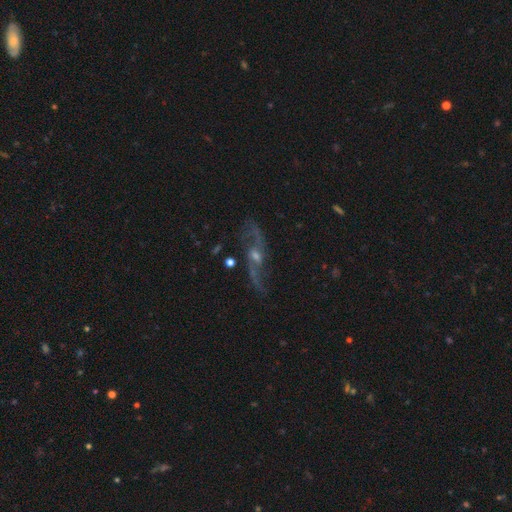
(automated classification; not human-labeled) smooth_or_featured: featured or disk (p=0.85) [alt: star or artifact p=0.08]
disk_edge_on: no (p=0.88) [alt: yes p=0.12]
bar: no (p=0.52) [alt: weak p=0.37]
has_spiral_arms: yes (p=0.93) [alt: no p=0.07]
spiral_winding: loose (p=0.75) [alt: medium p=0.20]
spiral_arm_count: 2 (p=0.91) [alt: can't tell p=0.03]
bulge_size: small (p=0.48) [alt: moderate p=0.45]
merging: none (p=0.70) [alt: minor disturbance p=0.16]